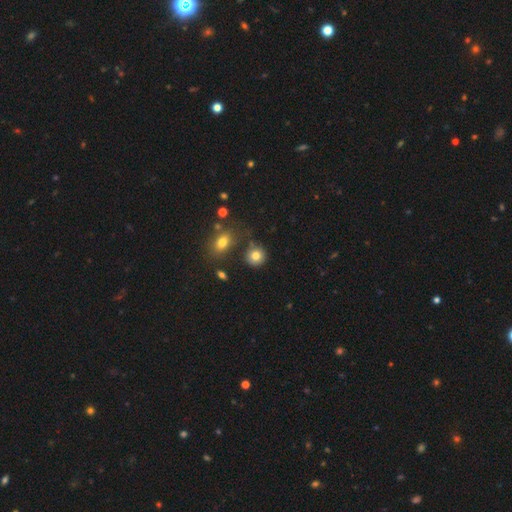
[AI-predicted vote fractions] Q: Smooth or featured?
A: smooth (80%); runner-up: star or artifact (11%)
Q: How rounded?
A: round (85%); runner-up: in between (13%)
Q: Merging?
A: none (74%); runner-up: minor disturbance (14%)